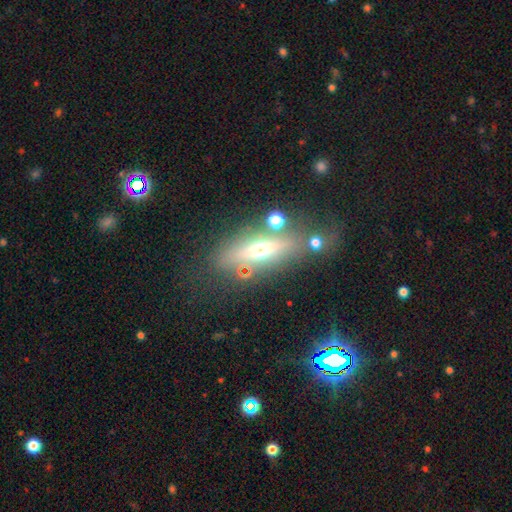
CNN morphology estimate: Smooth or featured? Predicted: featured or disk (p=0.61). Edge-on disk? Predicted: yes (p=0.81). Merging? Predicted: none (p=0.68).